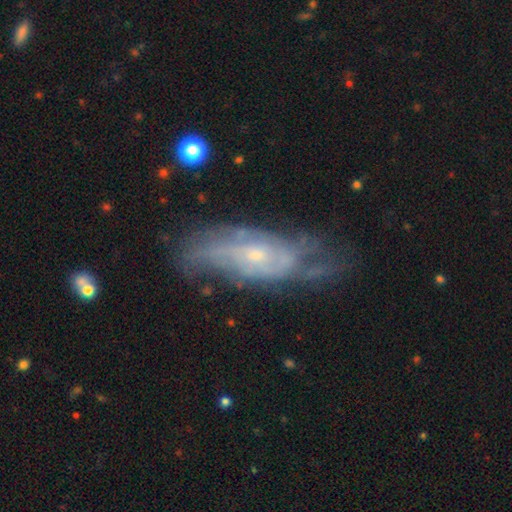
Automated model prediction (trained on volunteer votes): Smooth or featured?
  - featured or disk: 78% *
  - smooth: 15%
  - star or artifact: 7%
Edge-on disk?
  - no: 85% *
  - yes: 15%
Bar?
  - no: 65% *
  - weak: 30%
  - strong: 5%
Spiral arms?
  - yes: 87% *
  - no: 13%
Spiral winding?
  - tight: 48% *
  - medium: 38%
  - loose: 14%
Spiral arm count?
  - can't tell: 49% *
  - 2: 27%
  - 3: 10%
  - 4: 5%
  - 1: 4%
  - more than 4: 3%
Bulge size?
  - small: 66% *
  - moderate: 29%
  - none: 3%
  - large: 1%
  - dominant: 1%
Merging?
  - none: 60% *
  - minor disturbance: 25%
  - major disturbance: 13%
  - merger: 3%